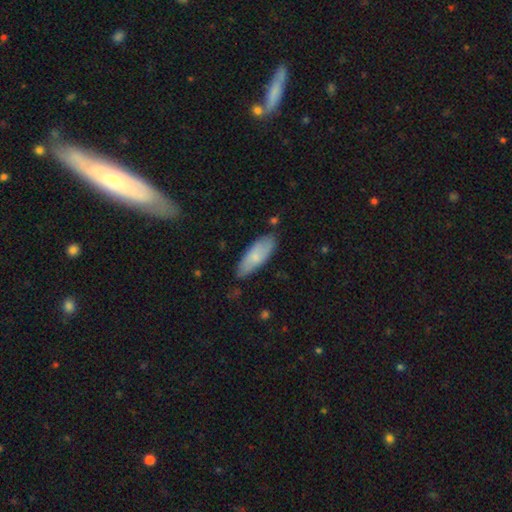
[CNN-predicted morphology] smooth-or-featured: smooth: 75% | featured or disk: 19% | star or artifact: 6%
  how-rounded: in between: 67% | cigar-shaped: 31% | round: 2%
  merging: none: 78% | minor disturbance: 18% | major disturbance: 3% | merger: 2%